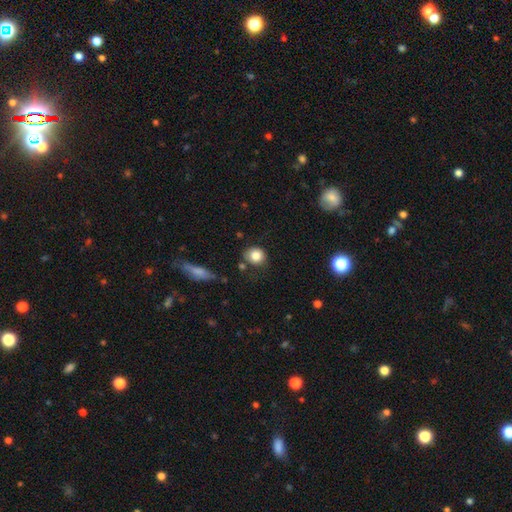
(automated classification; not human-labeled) The model was most divided on "merging": none: 70%, minor disturbance: 19%, merger: 6%, major disturbance: 5%. More confident: smooth or featured — smooth (83%); how rounded — round (78%).